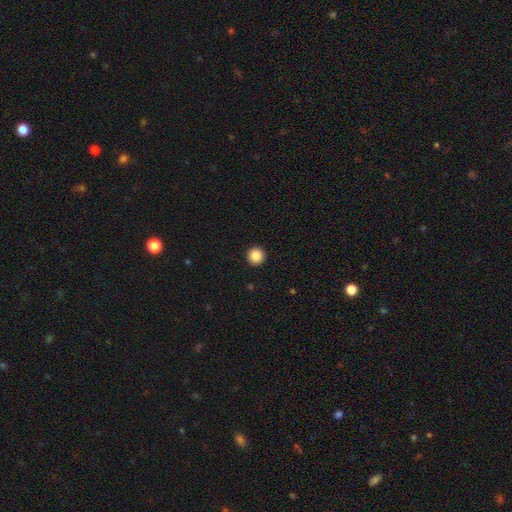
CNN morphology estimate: Smooth or featured: smooth — 87% (star or artifact — 10%)
How rounded: round — 96% (in between — 3%)
Merging: none — 94% (minor disturbance — 4%)